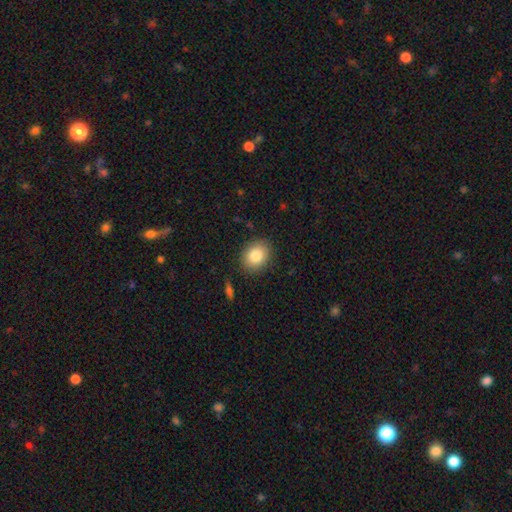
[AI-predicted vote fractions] smooth_or_featured: smooth (p=0.83) [alt: star or artifact p=0.09]
how_rounded: round (p=0.50) [alt: in between p=0.49]
merging: none (p=0.87) [alt: minor disturbance p=0.09]